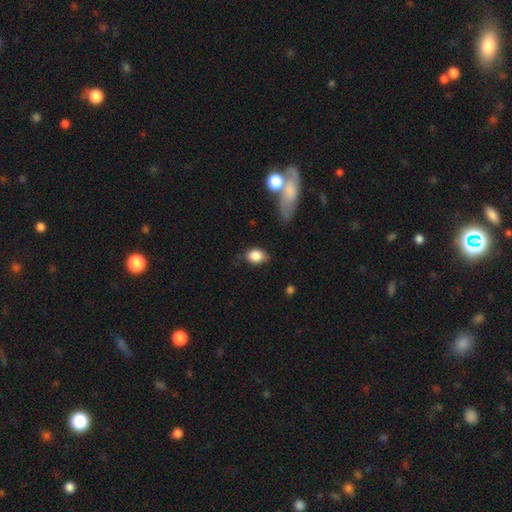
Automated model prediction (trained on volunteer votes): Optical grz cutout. It shows a smooth galaxy with no disk features (85%) that is in between round and cigar-shaped (71%). Merging: none (71%).